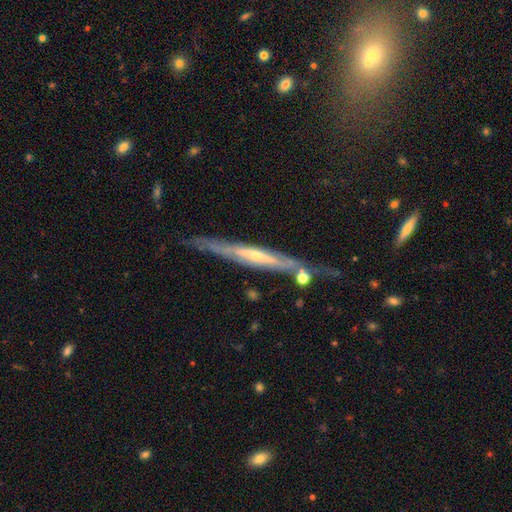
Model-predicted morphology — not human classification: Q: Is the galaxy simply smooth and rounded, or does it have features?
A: featured or disk — 76%.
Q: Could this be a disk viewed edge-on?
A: yes — 87%.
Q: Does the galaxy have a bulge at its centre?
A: rounded — 49%.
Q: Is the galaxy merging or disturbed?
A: none — 71%.